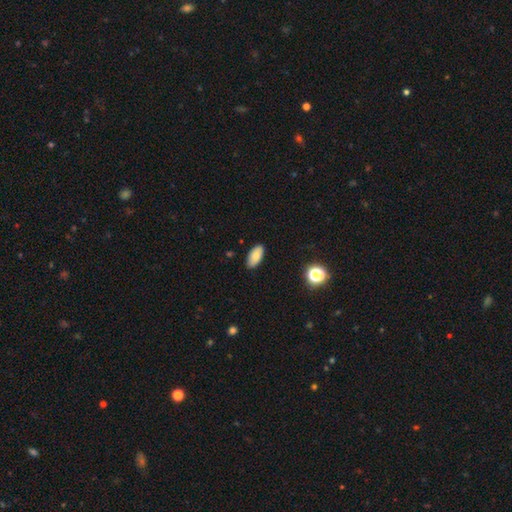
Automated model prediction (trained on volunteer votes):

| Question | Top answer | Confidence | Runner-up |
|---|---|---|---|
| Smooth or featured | smooth | 83% | featured or disk (9%) |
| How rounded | in between | 93% | cigar-shaped (5%) |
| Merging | none | 88% | minor disturbance (9%) |